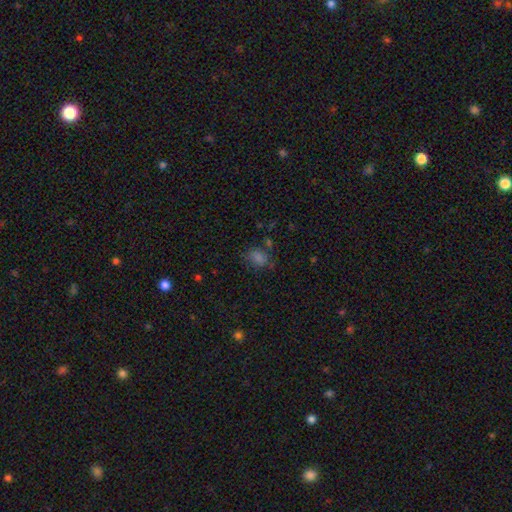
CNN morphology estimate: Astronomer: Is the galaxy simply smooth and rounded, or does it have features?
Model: smooth — 60%.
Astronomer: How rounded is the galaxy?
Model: in between — 62%.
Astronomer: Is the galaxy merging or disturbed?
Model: none — 68%.